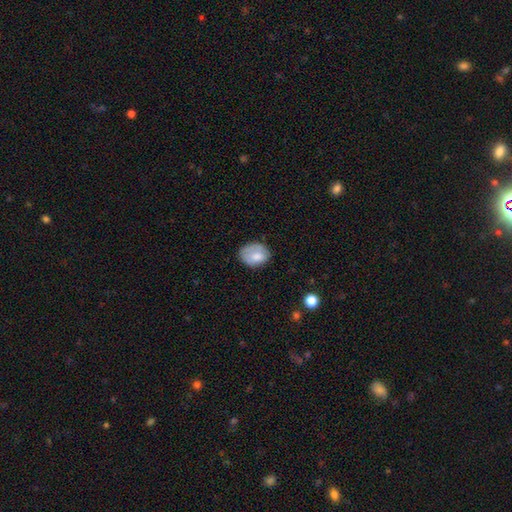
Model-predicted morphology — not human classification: Smooth or featured? Predicted: smooth (p=0.75). How rounded? Predicted: in between (p=0.67). Merging? Predicted: none (p=0.59).